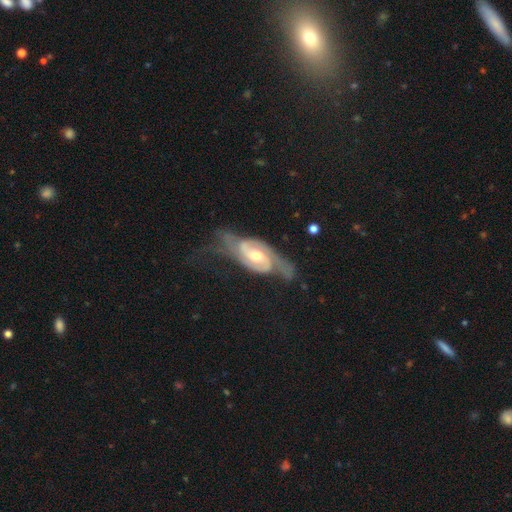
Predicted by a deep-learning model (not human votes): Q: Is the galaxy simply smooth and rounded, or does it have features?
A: featured or disk — 89%.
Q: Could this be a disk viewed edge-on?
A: no — 95%.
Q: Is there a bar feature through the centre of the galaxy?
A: weak — 45%.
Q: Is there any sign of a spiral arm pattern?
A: yes — 97%.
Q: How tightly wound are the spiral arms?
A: medium — 45%.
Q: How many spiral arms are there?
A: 2 — 86%.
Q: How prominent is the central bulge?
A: moderate — 68%.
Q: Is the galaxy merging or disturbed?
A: none — 54%.